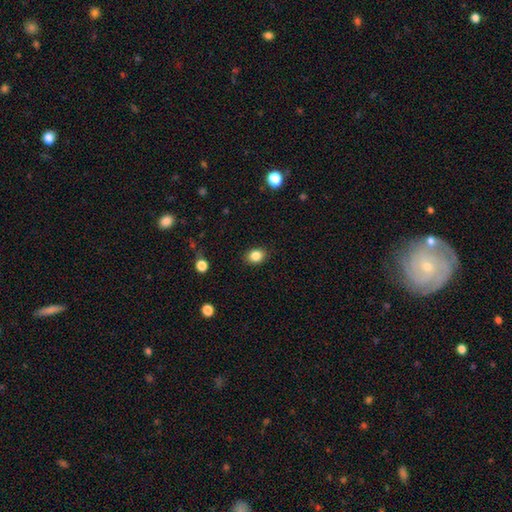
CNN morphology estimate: This is clearly a smooth galaxy (85%). How rounded: possibly in between (54%). Merging: clearly none (87%).